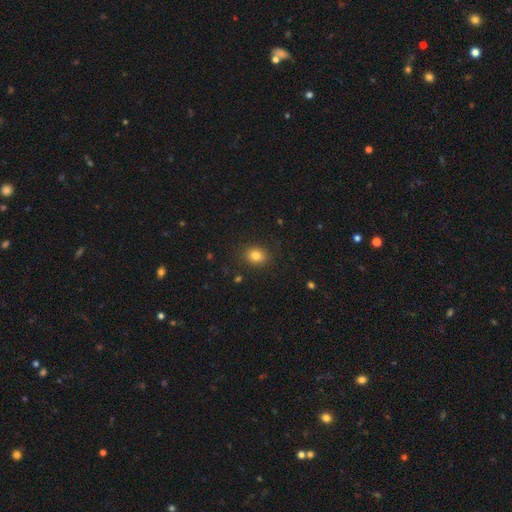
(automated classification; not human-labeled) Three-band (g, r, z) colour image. It shows a smooth galaxy with no disk features (83%) that is round (53%). Merging: none (88%).